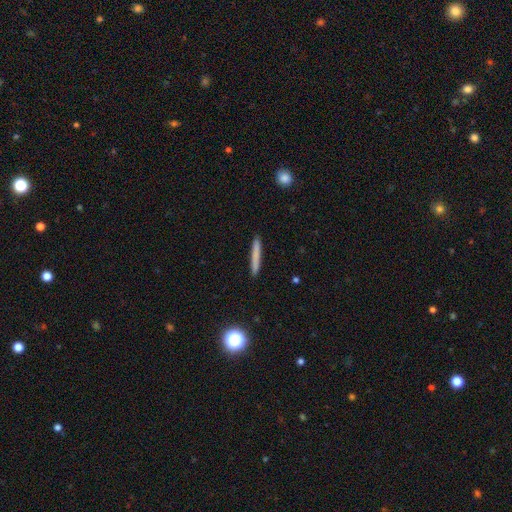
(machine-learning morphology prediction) Q: Smooth or featured?
A: smooth (74%); runner-up: featured or disk (19%)
Q: How rounded?
A: cigar-shaped (96%); runner-up: in between (2%)
Q: Merging?
A: none (92%); runner-up: minor disturbance (5%)